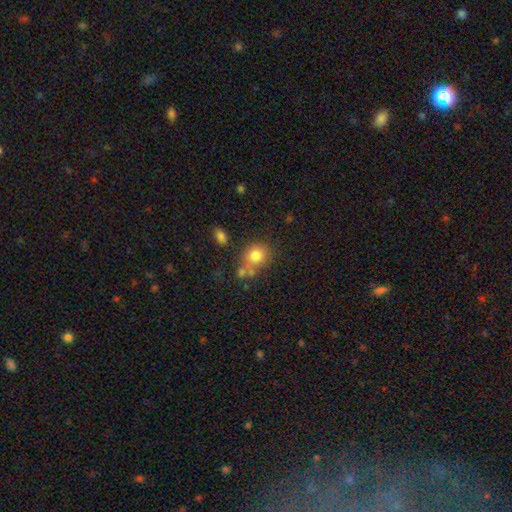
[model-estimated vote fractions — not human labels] A smooth galaxy with no disk features (79%) that is round (66%).

Vote fractions:
- Smooth or featured? smooth: 79% / featured or disk: 11% / star or artifact: 10%
- How rounded? round: 66% / in between: 33% / cigar-shaped: 1%
- Merging? none: 54% / merger: 22% / minor disturbance: 17% / major disturbance: 7%